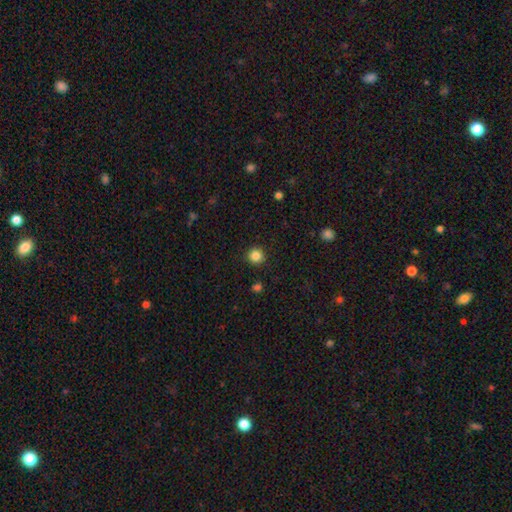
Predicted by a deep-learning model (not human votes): Smooth or featured: smooth — 85% (star or artifact — 11%)
How rounded: round — 94% (in between — 5%)
Merging: none — 92% (minor disturbance — 5%)